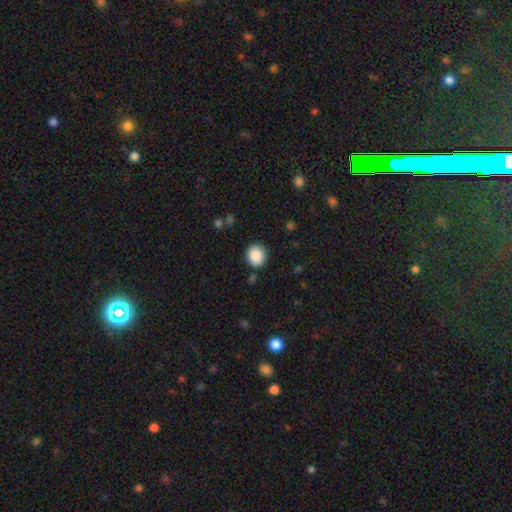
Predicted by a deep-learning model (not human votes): This appears to be a smooth galaxy with no disk features (88%) that is round (73%). Merging: none (87%).